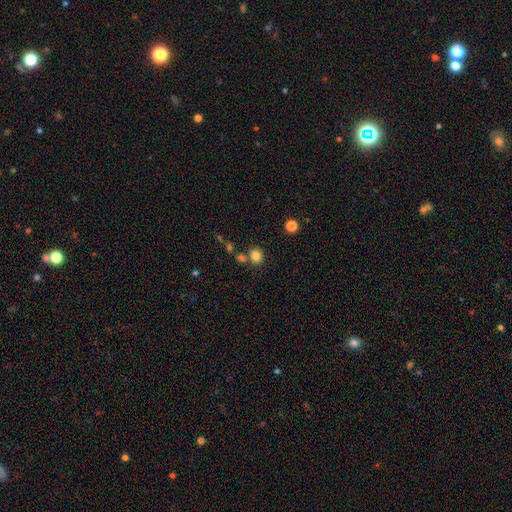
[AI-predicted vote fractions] smooth-or-featured: smooth: 82% | star or artifact: 13% | featured or disk: 6%
  how-rounded: round: 72% | in between: 27% | cigar-shaped: 1%
  merging: none: 73% | merger: 14% | minor disturbance: 10% | major disturbance: 3%